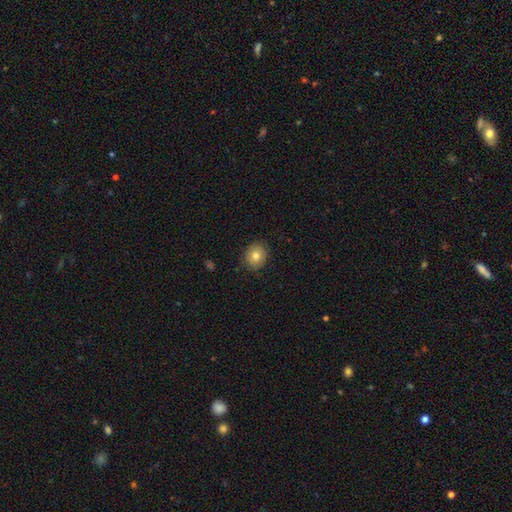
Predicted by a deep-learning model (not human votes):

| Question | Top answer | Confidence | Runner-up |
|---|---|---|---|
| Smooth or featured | smooth | 79% | featured or disk (11%) |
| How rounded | round | 67% | in between (32%) |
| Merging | none | 88% | minor disturbance (9%) |